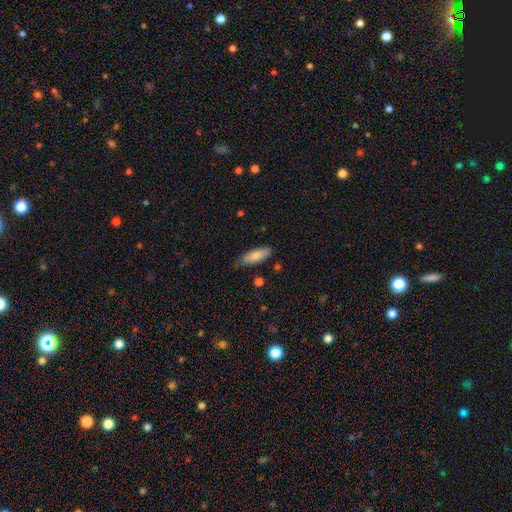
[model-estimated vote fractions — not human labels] Overall: smooth (81%). How rounded: in between (61%; cigar-shaped 37%). Merging: none (75%).